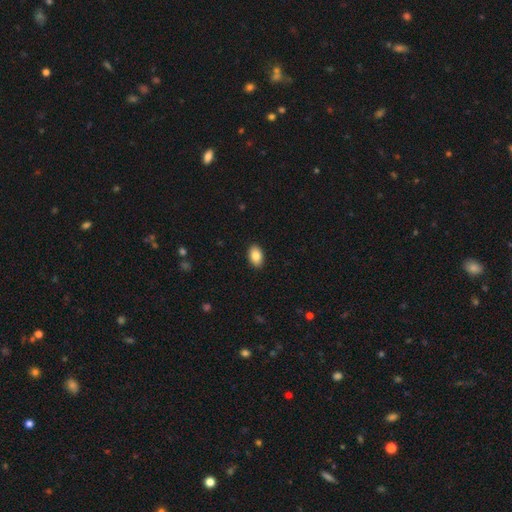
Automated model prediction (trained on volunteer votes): smooth 87%, star or artifact 7%, featured or disk 6%. Down the decision tree: how rounded — in between (90%); merging — none (91%).